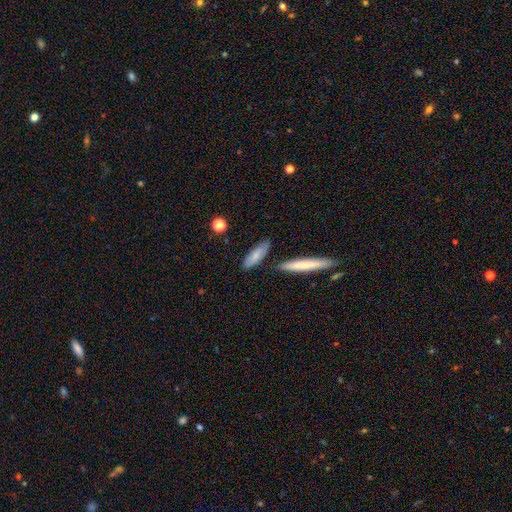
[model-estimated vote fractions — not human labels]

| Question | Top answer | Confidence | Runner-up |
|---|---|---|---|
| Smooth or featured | smooth | 74% | featured or disk (20%) |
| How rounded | cigar-shaped | 50% | in between (48%) |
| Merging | none | 75% | minor disturbance (15%) |